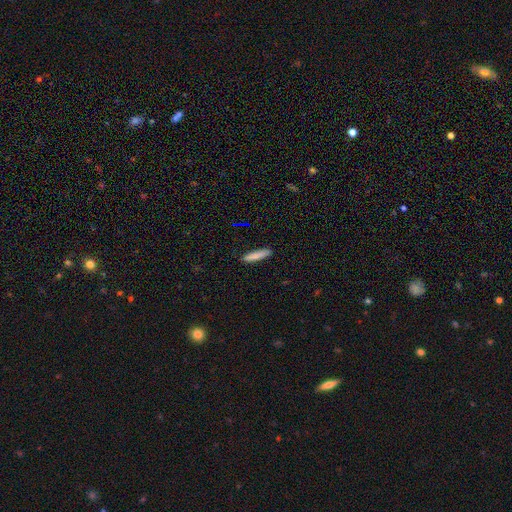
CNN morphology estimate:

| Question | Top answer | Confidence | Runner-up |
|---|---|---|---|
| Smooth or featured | smooth | 84% | featured or disk (10%) |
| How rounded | cigar-shaped | 89% | in between (10%) |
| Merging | none | 88% | minor disturbance (9%) |